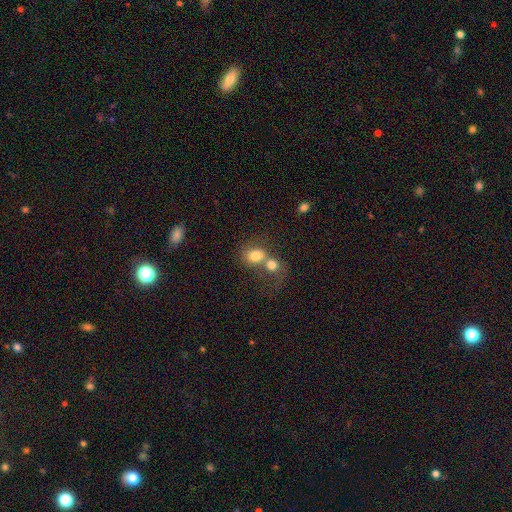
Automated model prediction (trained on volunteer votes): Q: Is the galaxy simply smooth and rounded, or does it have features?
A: smooth — 75%.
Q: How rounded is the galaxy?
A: round — 53%.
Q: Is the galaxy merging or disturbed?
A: merger — 68%.